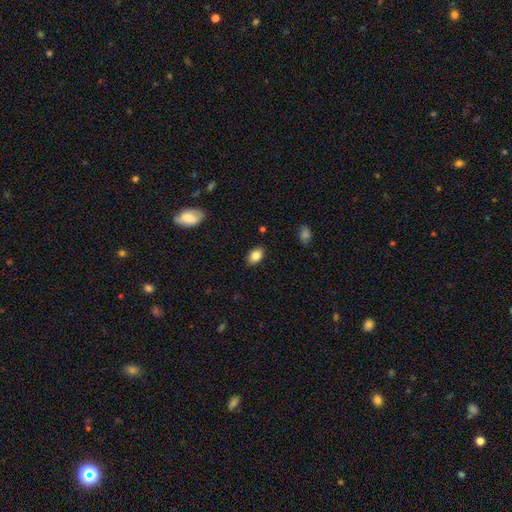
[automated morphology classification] Q: Smooth or featured?
A: smooth (84%); runner-up: star or artifact (8%)
Q: How rounded?
A: in between (85%); runner-up: round (14%)
Q: Merging?
A: none (87%); runner-up: minor disturbance (10%)